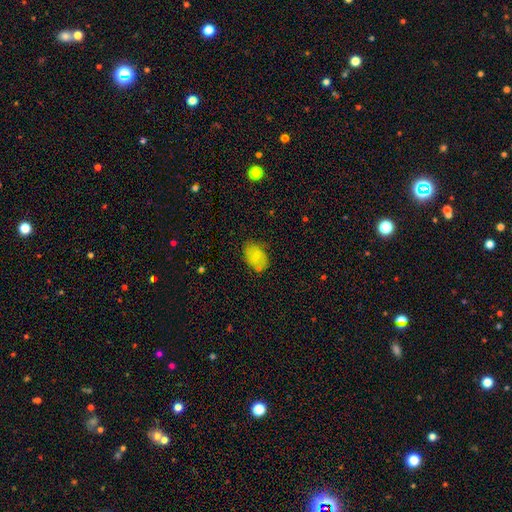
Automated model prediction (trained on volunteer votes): A smooth galaxy with no disk features (72%) that is in between round and cigar-shaped (81%). Merging: none (67%).